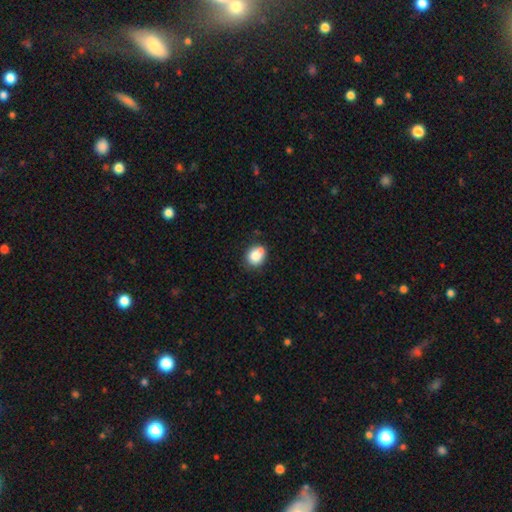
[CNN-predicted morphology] A smooth galaxy with no disk features (81%) that is round (64%).

Vote fractions:
- Smooth or featured? smooth: 81% / star or artifact: 10% / featured or disk: 10%
- How rounded? round: 64% / in between: 35% / cigar-shaped: 1%
- Merging? none: 57% / merger: 20% / minor disturbance: 18% / major disturbance: 5%